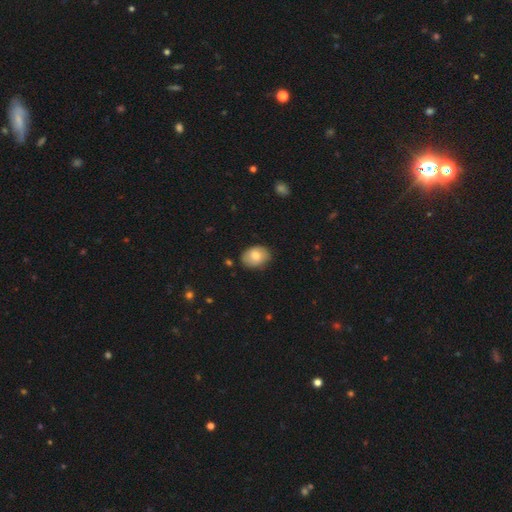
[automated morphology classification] This is likely a smooth galaxy (76%). How rounded: likely in between (69%). Merging: likely none (80%).